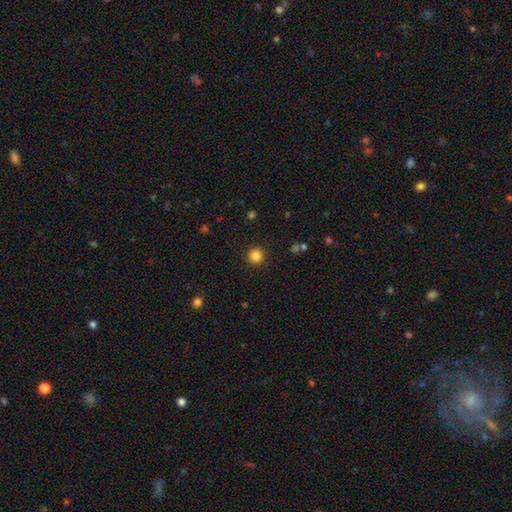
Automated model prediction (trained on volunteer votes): Overall: smooth (84%). How rounded: round (95%). Merging: none (92%).